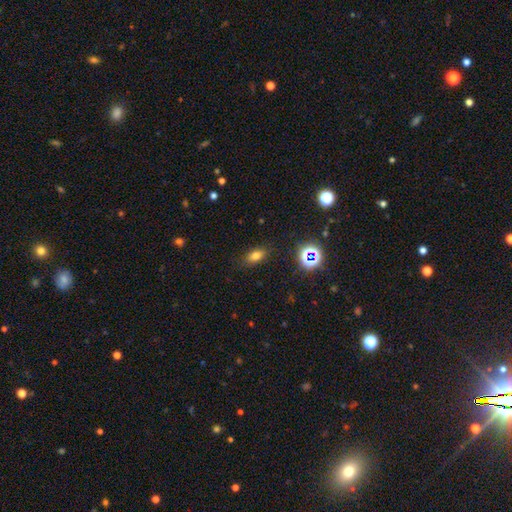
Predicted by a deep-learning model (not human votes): smooth-or-featured: smooth: 74% | star or artifact: 18% | featured or disk: 8%
  how-rounded: in between: 82% | round: 11% | cigar-shaped: 6%
  merging: none: 85% | minor disturbance: 11% | major disturbance: 3% | merger: 1%